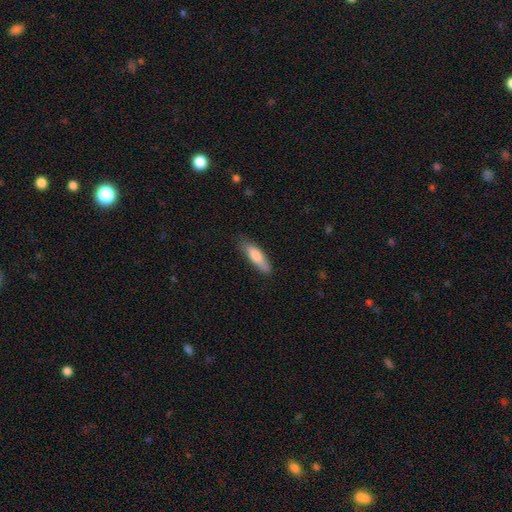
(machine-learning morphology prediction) Overall: smooth (79%). How rounded: cigar-shaped (59%; in between 39%). Merging: none (77%).